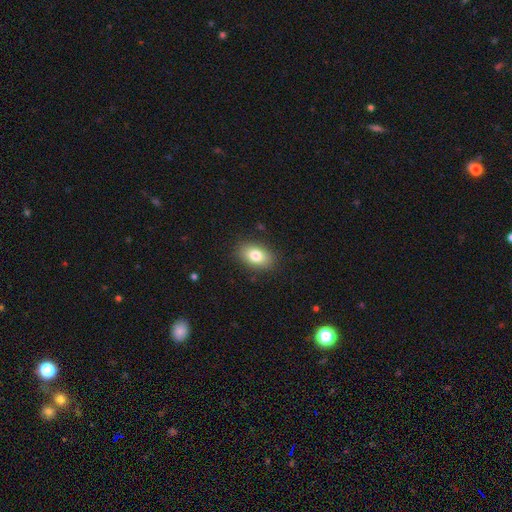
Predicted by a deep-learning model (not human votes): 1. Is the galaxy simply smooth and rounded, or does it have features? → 82% smooth, 10% featured or disk, 8% star or artifact.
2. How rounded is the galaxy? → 88% in between, 11% round, 2% cigar-shaped.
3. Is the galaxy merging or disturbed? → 87% none, 10% minor disturbance, 3% major disturbance, 1% merger.